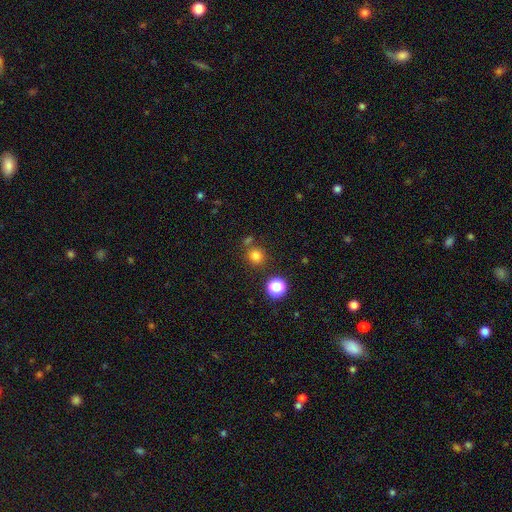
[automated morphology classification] Overall: smooth (78%). How rounded: round (90%). Merging: none (76%).